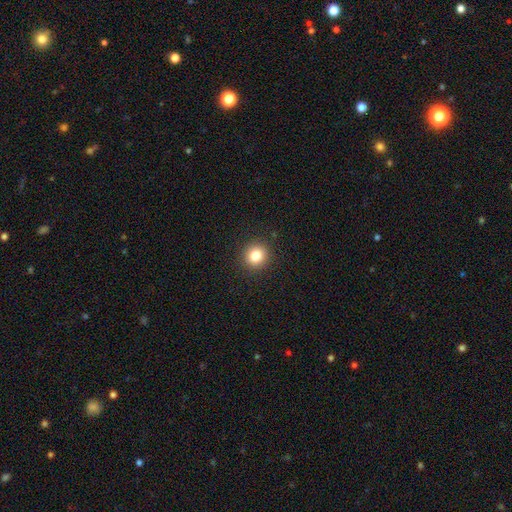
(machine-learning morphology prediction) smooth-or-featured: smooth: 83% | star or artifact: 11% | featured or disk: 6%
  how-rounded: round: 89% | in between: 10% | cigar-shaped: 1%
  merging: none: 91% | minor disturbance: 6% | major disturbance: 2% | merger: 1%